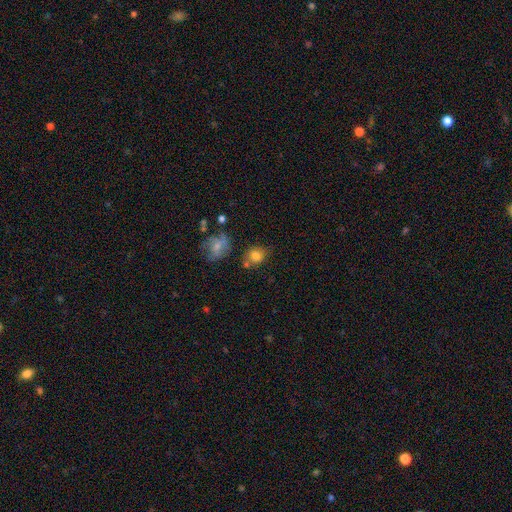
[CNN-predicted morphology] Smooth or featured: smooth — 79% (star or artifact — 11%)
How rounded: round — 71% (in between — 27%)
Merging: none — 64% (minor disturbance — 17%)